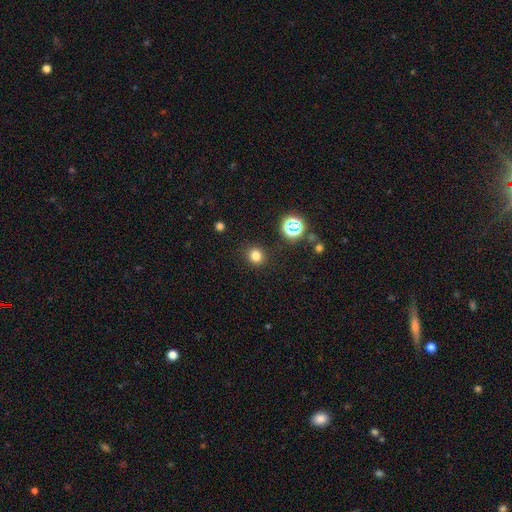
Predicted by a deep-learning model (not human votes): A smooth galaxy with no disk features (78%) that is round (84%). Merging: none (89%).